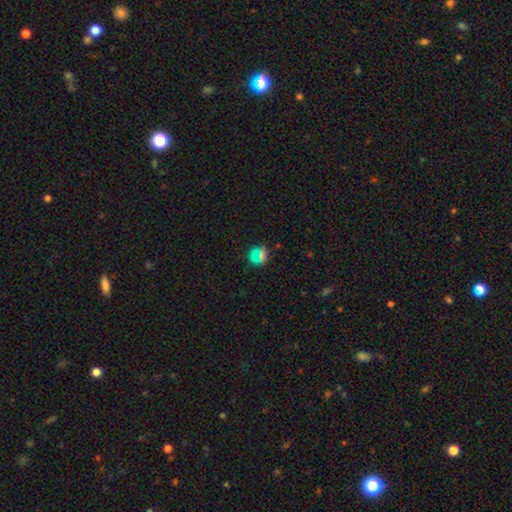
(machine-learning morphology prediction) A smooth galaxy with no disk features (68%) that is round (88%). Merging: none (84%).